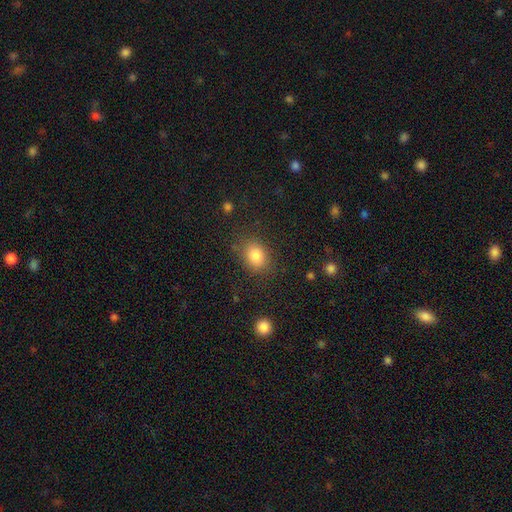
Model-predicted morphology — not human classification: This is clearly a smooth galaxy (83%). How rounded: possibly in between (60%). Merging: likely none (79%).